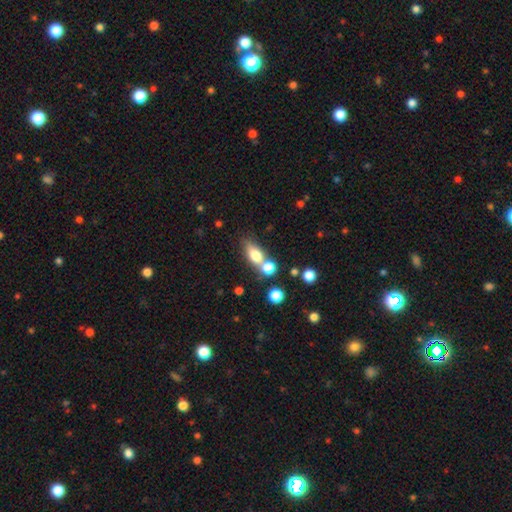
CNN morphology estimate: Smooth or featured: smooth — 72% (featured or disk — 17%)
How rounded: in between — 68% (round — 17%)
Merging: none — 48% (merger — 34%)